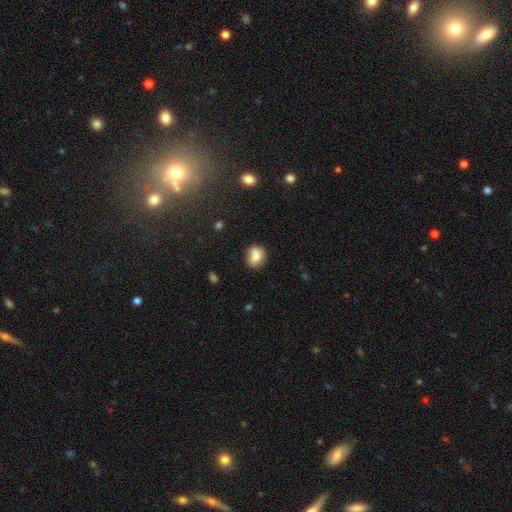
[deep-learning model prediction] Overall: smooth (79%). How rounded: round (66%; in between 33%). Merging: none (60%).